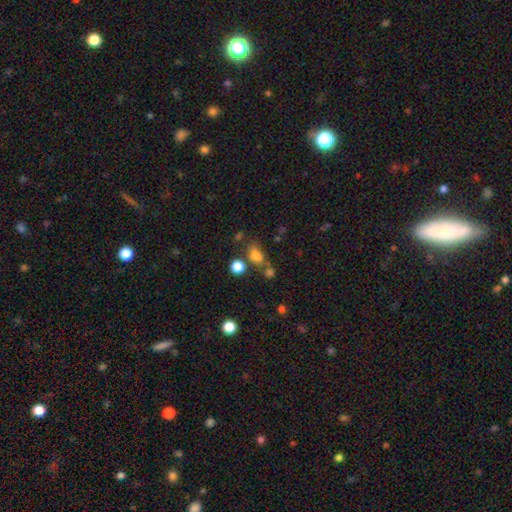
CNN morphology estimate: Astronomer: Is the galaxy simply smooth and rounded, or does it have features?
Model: smooth — 74%.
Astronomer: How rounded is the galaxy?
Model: in between — 70%.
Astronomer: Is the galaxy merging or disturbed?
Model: none — 51%.